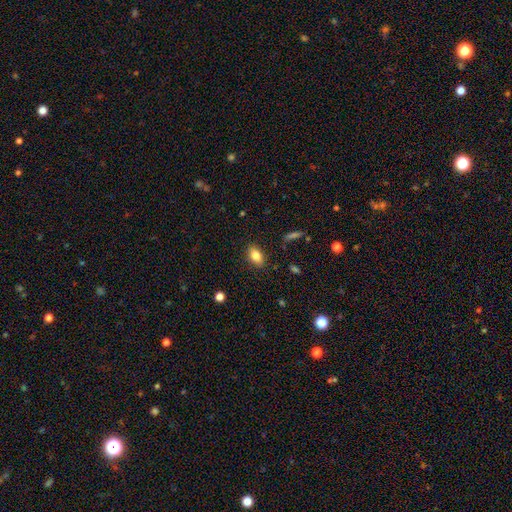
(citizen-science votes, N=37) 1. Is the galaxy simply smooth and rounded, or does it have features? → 81% smooth, 19% featured or disk, 0% star or artifact.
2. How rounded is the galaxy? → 93% in between, 7% round, 0% cigar-shaped.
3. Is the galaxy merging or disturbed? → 89% none, 11% minor disturbance, 0% major disturbance, 0% merger.